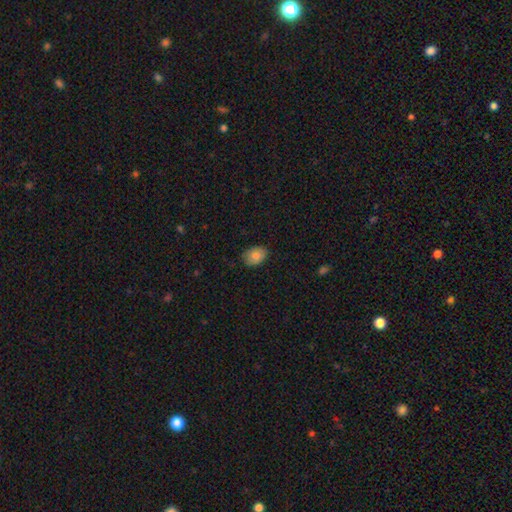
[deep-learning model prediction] smooth_or_featured: smooth (p=0.81) [alt: featured or disk p=0.11]
how_rounded: in between (p=0.72) [alt: round p=0.27]
merging: none (p=0.82) [alt: minor disturbance p=0.15]